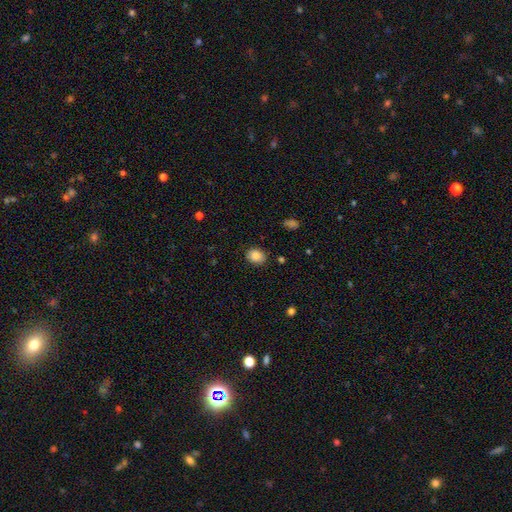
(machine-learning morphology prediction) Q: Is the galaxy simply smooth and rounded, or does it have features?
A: smooth — 87%.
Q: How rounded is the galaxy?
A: in between — 55%.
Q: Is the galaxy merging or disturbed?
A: none — 83%.